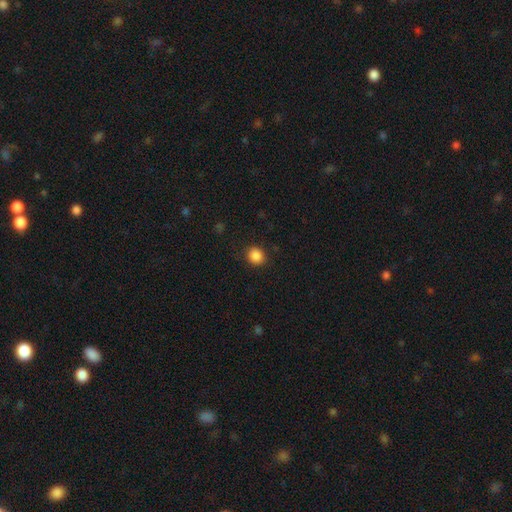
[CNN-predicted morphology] smooth-or-featured: smooth: 87% | star or artifact: 10% | featured or disk: 3%
  how-rounded: round: 82% | in between: 17% | cigar-shaped: 1%
  merging: none: 88% | minor disturbance: 8% | major disturbance: 3% | merger: 1%